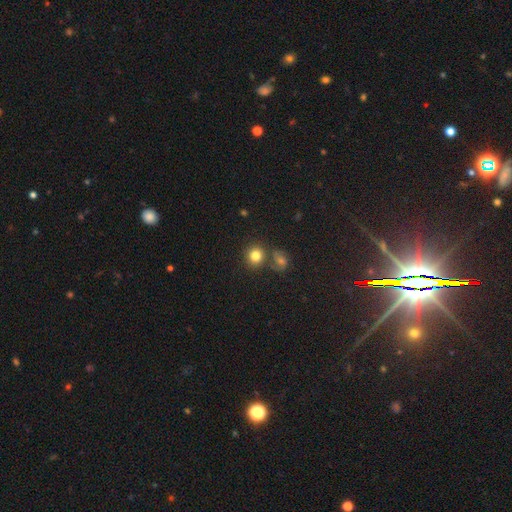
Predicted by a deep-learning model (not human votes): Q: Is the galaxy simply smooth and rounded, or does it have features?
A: smooth — 81%.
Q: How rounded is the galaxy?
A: round — 87%.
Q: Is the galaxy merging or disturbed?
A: none — 66%.